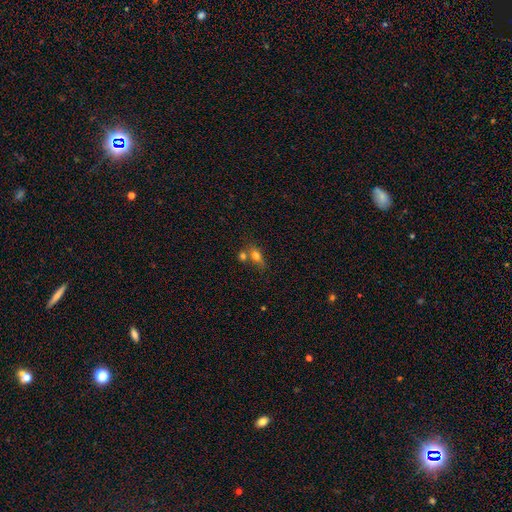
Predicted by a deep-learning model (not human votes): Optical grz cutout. It shows a smooth galaxy with no disk features (73%) that is in between round and cigar-shaped (68%). Merging: none (44%).